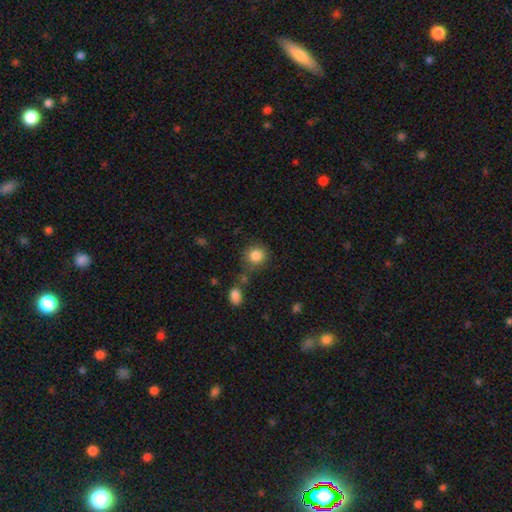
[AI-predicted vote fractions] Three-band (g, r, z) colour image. It shows a smooth galaxy with no disk features (85%) that is round (86%). Merging: none (74%).